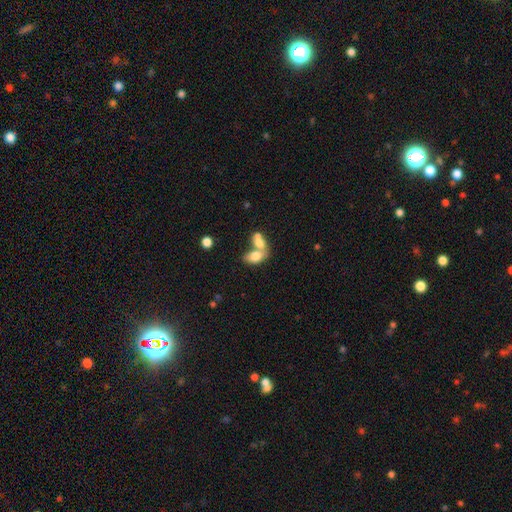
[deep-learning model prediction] smooth-or-featured: smooth: 74% | featured or disk: 18% | star or artifact: 8%
  how-rounded: in between: 86% | round: 12% | cigar-shaped: 3%
  merging: merger: 68% | none: 19% | minor disturbance: 7% | major disturbance: 5%